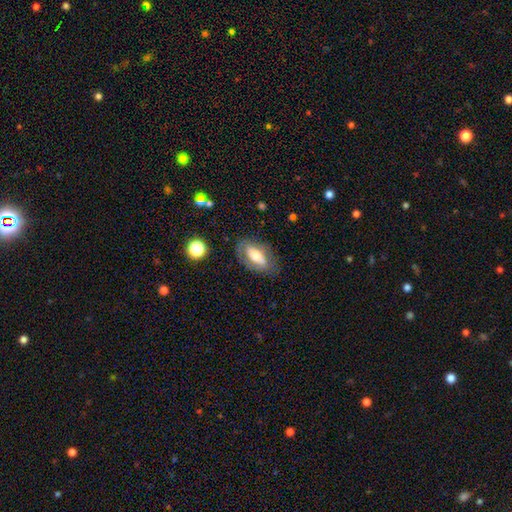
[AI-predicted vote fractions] Smooth or featured: smooth — 52% (featured or disk — 41%)
How rounded: in between — 87% (cigar-shaped — 8%)
Merging: none — 75% (minor disturbance — 17%)